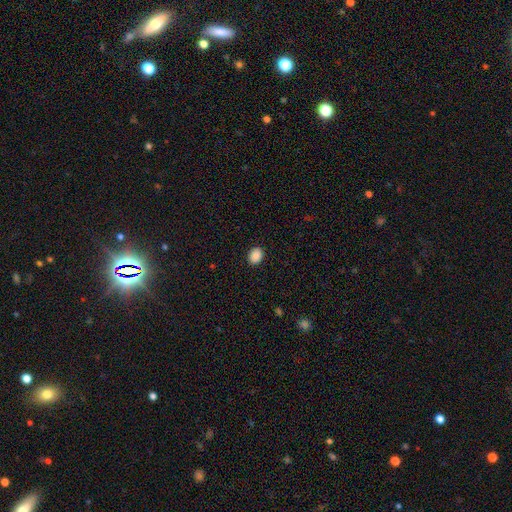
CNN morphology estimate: smooth-or-featured: smooth: 89% | star or artifact: 8% | featured or disk: 3%
  how-rounded: in between: 62% | round: 38% | cigar-shaped: 1%
  merging: none: 90% | minor disturbance: 7% | major disturbance: 2% | merger: 1%